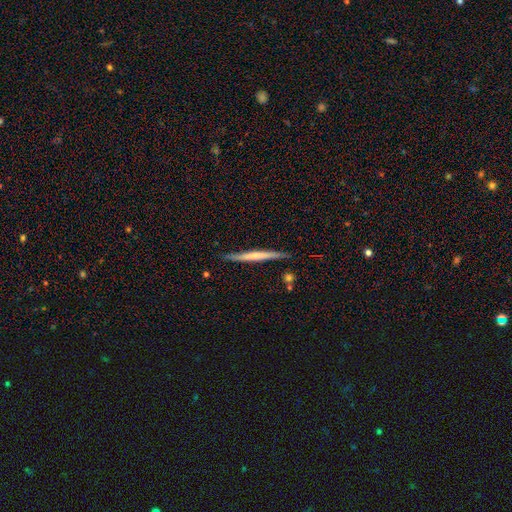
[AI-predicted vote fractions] The model was most divided on "smooth or featured": featured or disk: 50%, smooth: 45%, star or artifact: 5%. More confident: merging — none (86%).